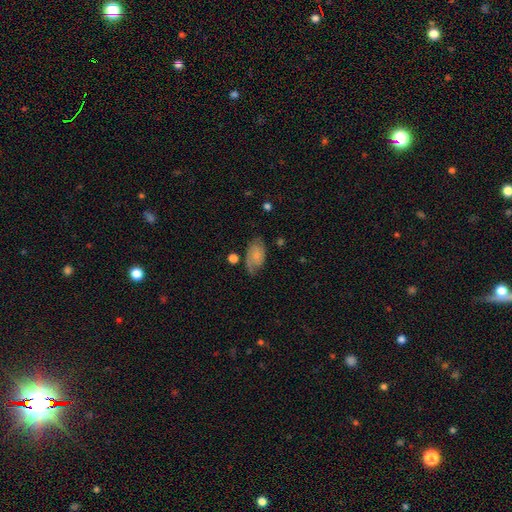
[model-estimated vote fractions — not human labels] This appears to be a smooth galaxy with no disk features (48%). Merging: none (58%).